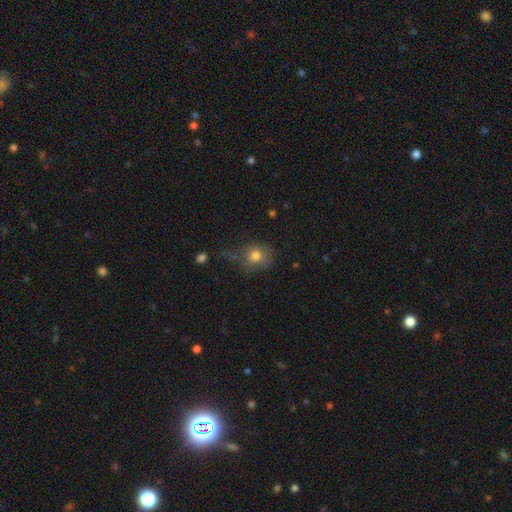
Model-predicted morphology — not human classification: A smooth galaxy with no disk features (78%) that is round (72%).

Vote fractions:
- Smooth or featured? smooth: 78% / star or artifact: 11% / featured or disk: 11%
- How rounded? round: 72% / in between: 27% / cigar-shaped: 1%
- Merging? none: 54% / minor disturbance: 27% / major disturbance: 15% / merger: 4%